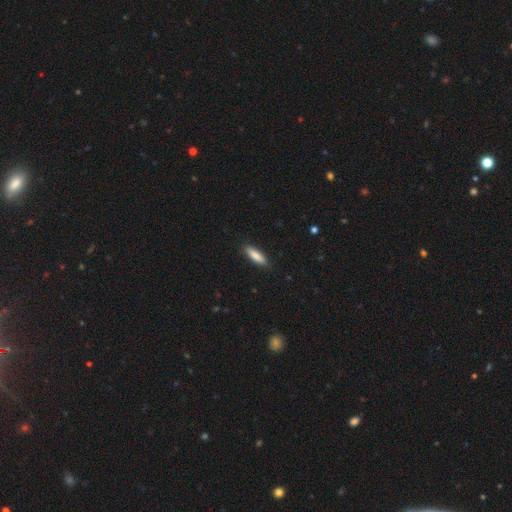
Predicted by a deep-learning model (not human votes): Smooth or featured? Predicted: smooth (p=0.84). How rounded? Predicted: cigar-shaped (p=0.66). Merging? Predicted: none (p=0.89).